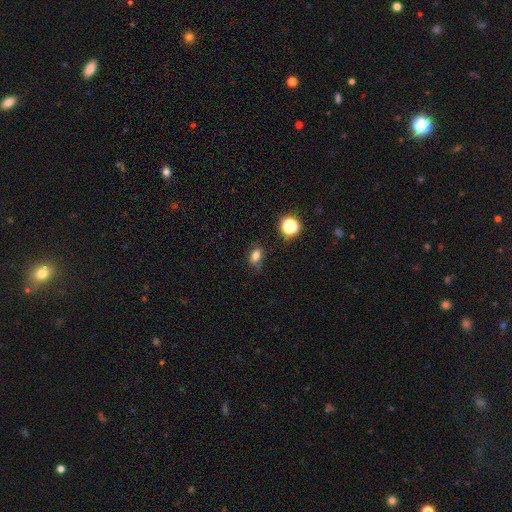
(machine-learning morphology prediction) Overall: smooth (78%). How rounded: in between (71%). Merging: none (68%).